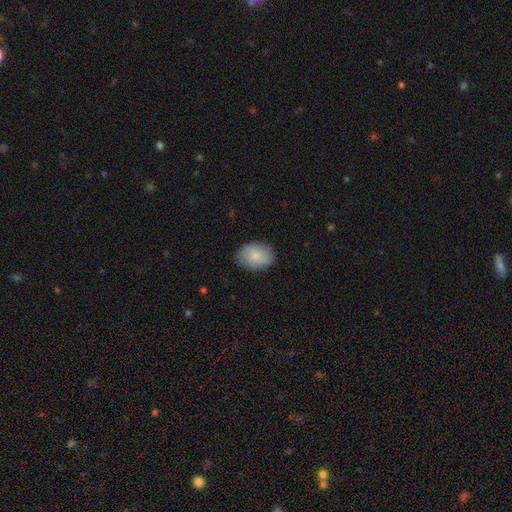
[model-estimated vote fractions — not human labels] A smooth galaxy with no disk features (85%) that is in between round and cigar-shaped (84%). Merging: none (86%).